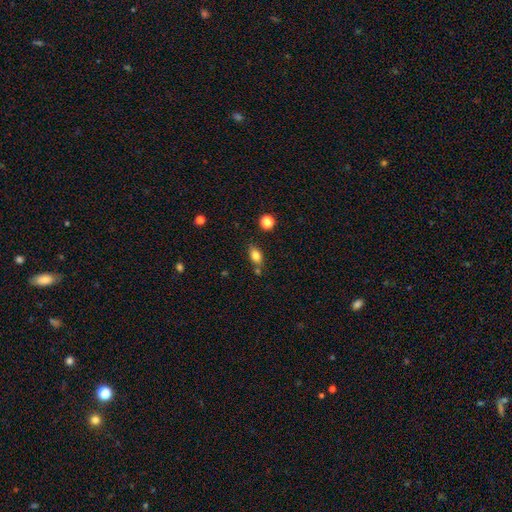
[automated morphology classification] The model was most divided on "merging": none: 69%, minor disturbance: 16%, merger: 12%, major disturbance: 4%. More confident: smooth or featured — smooth (80%); how rounded — in between (80%).